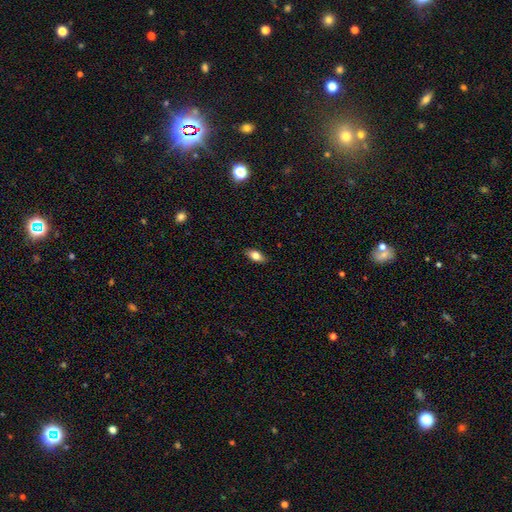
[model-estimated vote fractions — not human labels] Smooth or featured? smooth (80%)
How rounded? in between (87%)
Merging? none (87%)